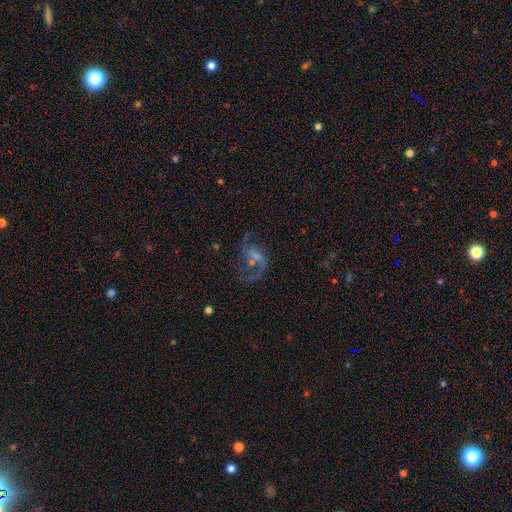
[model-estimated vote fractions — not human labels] The model was most divided on "bar": weak: 46%, no: 38%, strong: 15%. Remaining: edge-on disk — no (98%); spiral arms — yes (92%); spiral arm count — 2 (81%); smooth or featured — featured or disk (80%); spiral winding — loose (63%); merging — none (55%); bulge size — small (50%).